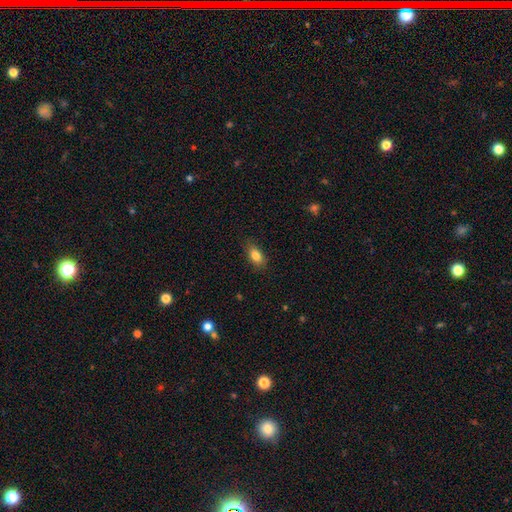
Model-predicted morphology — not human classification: smooth 84%, star or artifact 8%, featured or disk 8%. Down the decision tree: how rounded — in between (87%); merging — none (82%).